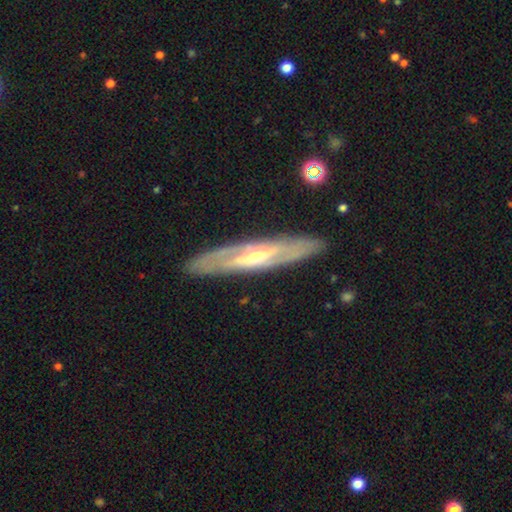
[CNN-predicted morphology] Q: Smooth or featured?
A: featured or disk (80%); runner-up: smooth (15%)
Q: Edge-on disk?
A: yes (52%); runner-up: no (48%)
Q: Merging?
A: none (87%); runner-up: minor disturbance (10%)